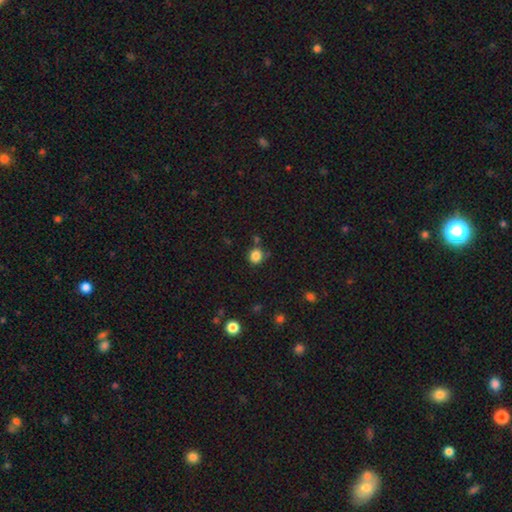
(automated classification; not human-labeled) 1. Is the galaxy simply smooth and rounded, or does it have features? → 85% smooth, 11% star or artifact, 4% featured or disk.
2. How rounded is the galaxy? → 87% round, 12% in between, 1% cigar-shaped.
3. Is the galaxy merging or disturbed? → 78% none, 12% minor disturbance, 7% merger, 3% major disturbance.